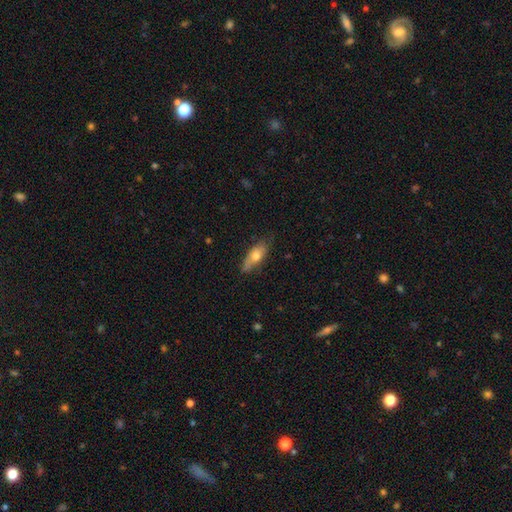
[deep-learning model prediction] The model was most divided on "how rounded": in between: 64%, cigar-shaped: 33%, round: 3%. More confident: merging — none (70%); smooth or featured — smooth (63%).